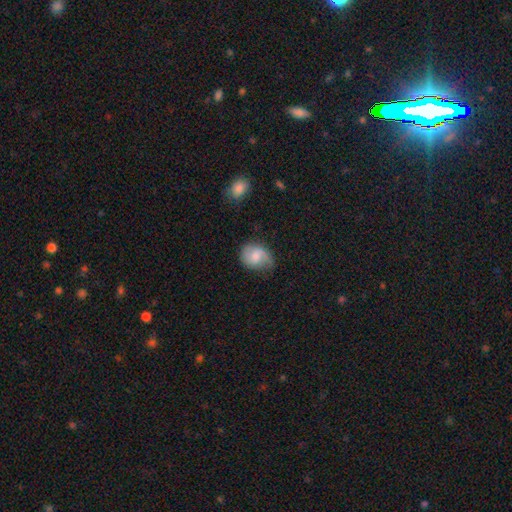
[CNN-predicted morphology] Overall: smooth (53%; featured or disk 40%). How rounded: round (52%; in between 47%). Merging: none (59%; minor disturbance 30%).